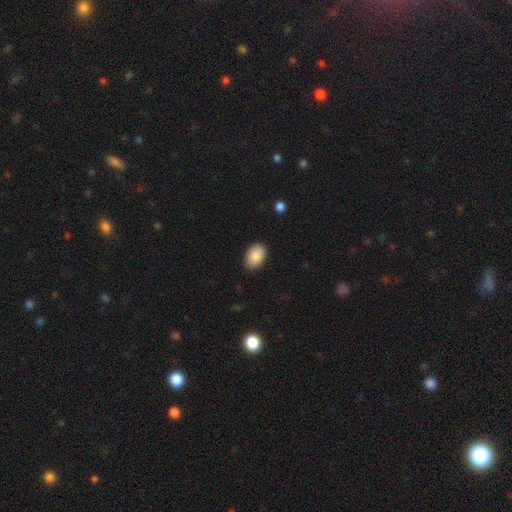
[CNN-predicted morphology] Smooth or featured? smooth (88%)
How rounded? in between (86%)
Merging? none (86%)